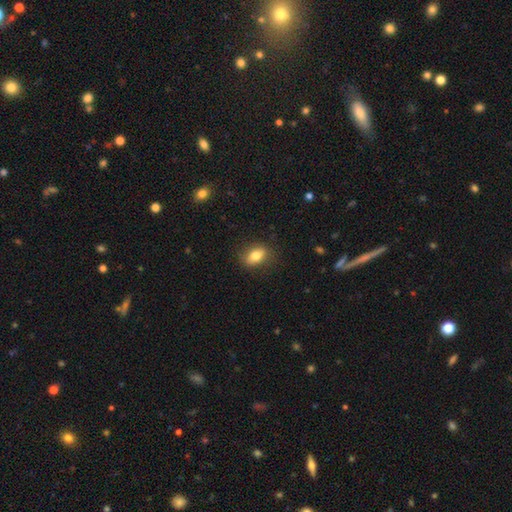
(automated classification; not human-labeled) Q: Smooth or featured?
A: smooth (80%); runner-up: featured or disk (12%)
Q: How rounded?
A: in between (81%); runner-up: round (16%)
Q: Merging?
A: none (82%); runner-up: minor disturbance (13%)